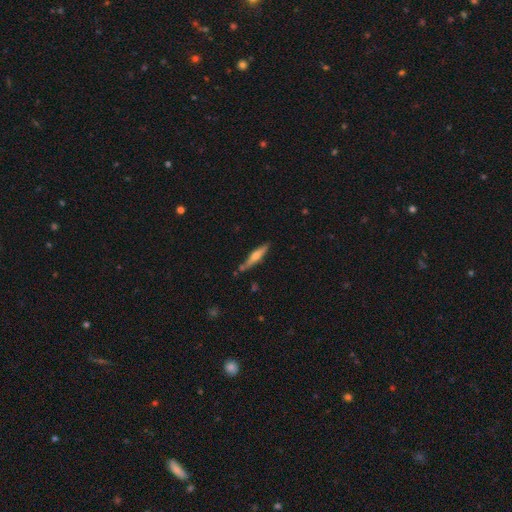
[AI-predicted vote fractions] This appears to be a smooth galaxy with no disk features (47%, tied with featured or disk). Merging: none (77%).